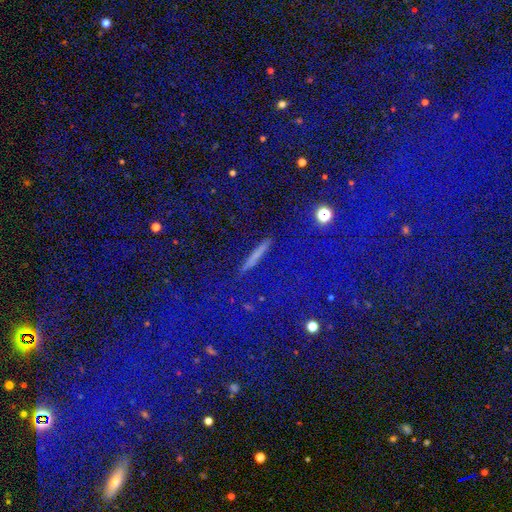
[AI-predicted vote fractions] smooth-or-featured: smooth: 42% | star or artifact: 34% | featured or disk: 24%
  merging: none: 88% | minor disturbance: 7% | major disturbance: 3% | merger: 2%